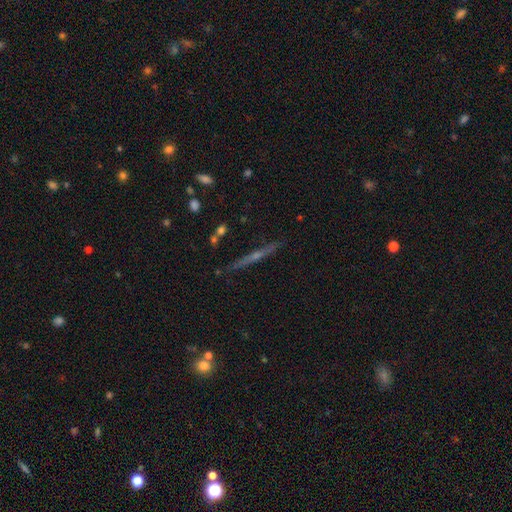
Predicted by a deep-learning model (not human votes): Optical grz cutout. It shows a featured or disk galaxy (74%) viewed edge-on (97%) with a rounded central bulge (74%). Merging: none (89%).